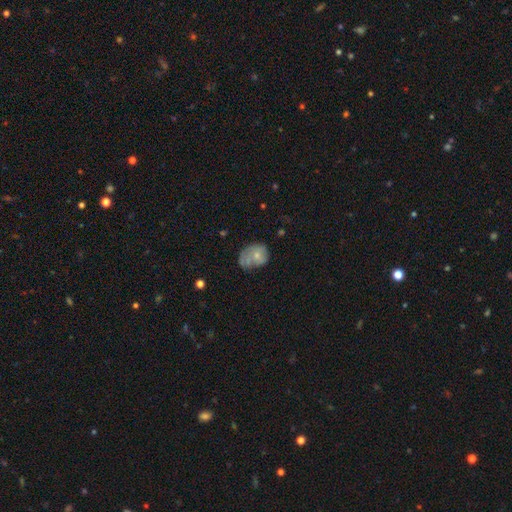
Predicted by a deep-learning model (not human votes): smooth_or_featured: smooth (p=0.55) [alt: featured or disk p=0.37]
how_rounded: in between (p=0.57) [alt: round p=0.42]
merging: minor disturbance (p=0.35) [tied with: none p=0.35]